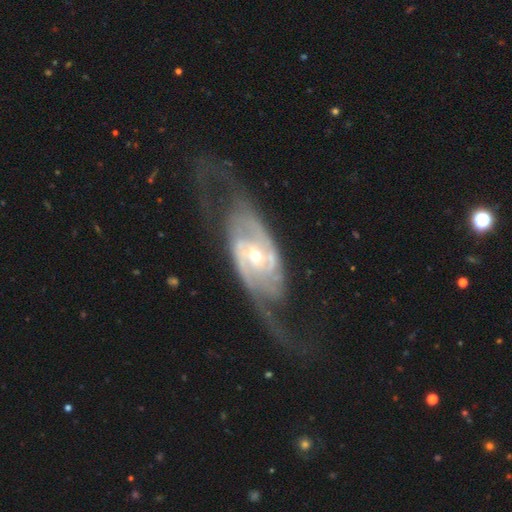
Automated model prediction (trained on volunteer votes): This appears to be a featured or disk galaxy (89%) with no bar (38%), 2 (76%) medium (42%) spiral arms (95%) and a small central bulge (49%). Merging: none (61%).